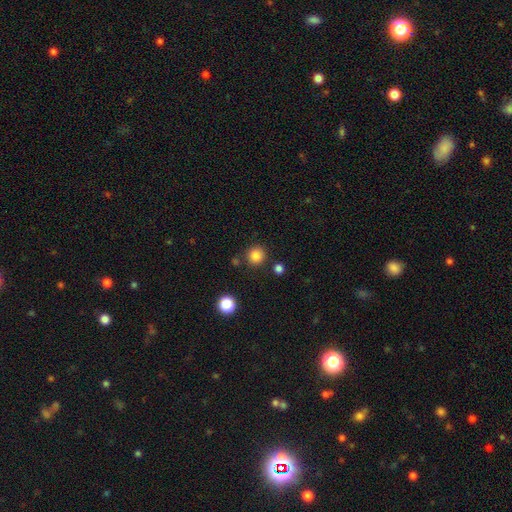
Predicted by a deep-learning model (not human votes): A smooth galaxy with no disk features (84%) that is round (93%).

Vote fractions:
- Smooth or featured? smooth: 84% / star or artifact: 12% / featured or disk: 4%
- How rounded? round: 93% / in between: 6% / cigar-shaped: 1%
- Merging? none: 85% / minor disturbance: 8% / merger: 5% / major disturbance: 3%